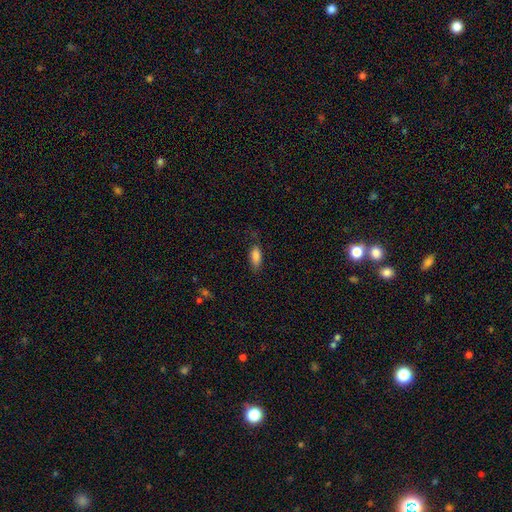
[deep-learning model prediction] Smooth or featured? smooth (84%)
How rounded? in between (81%)
Merging? none (68%)